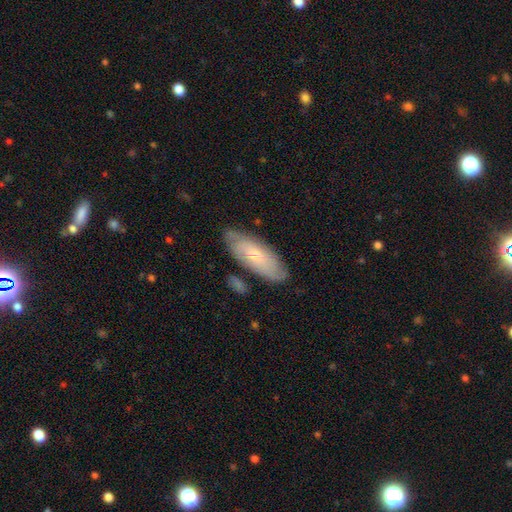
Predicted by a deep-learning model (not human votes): Smooth or featured?
  - smooth: 51% *
  - featured or disk: 43%
  - star or artifact: 6%
How rounded?
  - in between: 73% *
  - cigar-shaped: 25%
  - round: 2%
Merging?
  - none: 75% *
  - minor disturbance: 18%
  - major disturbance: 4%
  - merger: 4%